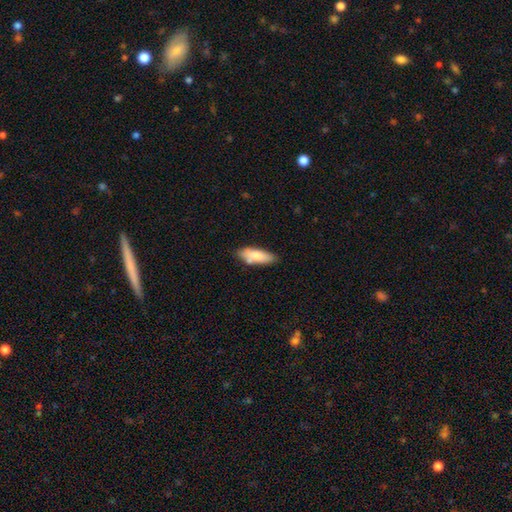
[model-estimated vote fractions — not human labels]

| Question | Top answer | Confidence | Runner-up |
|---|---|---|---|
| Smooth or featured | smooth | 78% | featured or disk (16%) |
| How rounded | in between | 62% | cigar-shaped (36%) |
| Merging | none | 69% | minor disturbance (19%) |